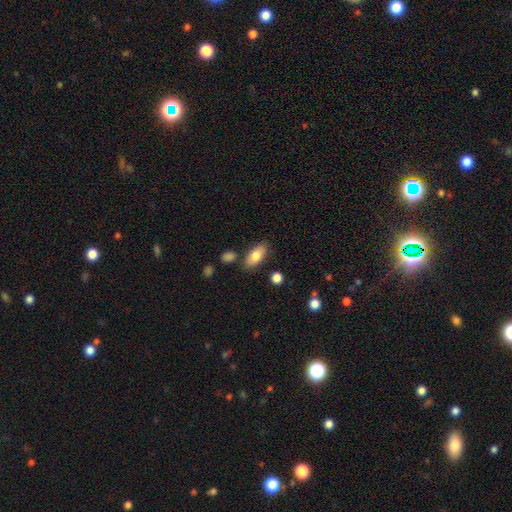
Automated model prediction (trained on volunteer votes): smooth-or-featured: smooth: 79% | featured or disk: 14% | star or artifact: 7%
  how-rounded: in between: 88% | cigar-shaped: 9% | round: 3%
  merging: none: 82% | minor disturbance: 11% | merger: 4% | major disturbance: 3%